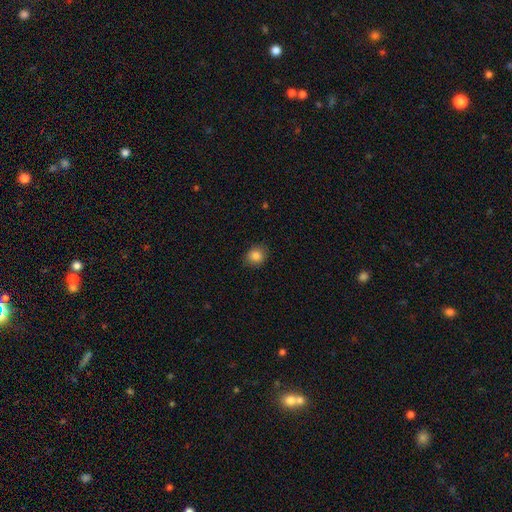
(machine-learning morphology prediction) A smooth galaxy with no disk features (85%) that is round (67%).

Vote fractions:
- Smooth or featured? smooth: 85% / star or artifact: 10% / featured or disk: 5%
- How rounded? round: 67% / in between: 32% / cigar-shaped: 1%
- Merging? none: 83% / minor disturbance: 13% / major disturbance: 3% / merger: 1%